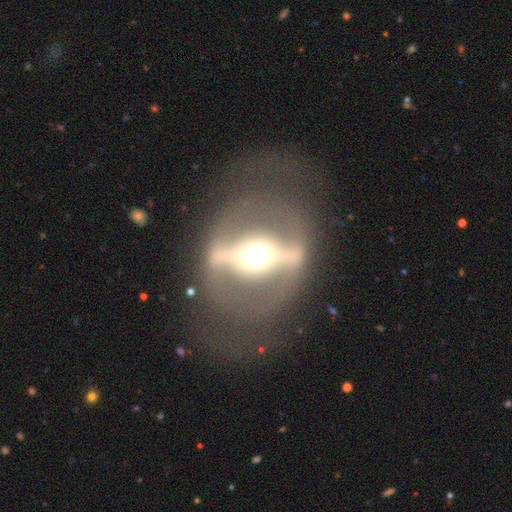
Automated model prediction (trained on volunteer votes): smooth_or_featured: featured or disk (p=0.83) [alt: smooth p=0.11]
disk_edge_on: no (p=0.71) [alt: yes p=0.29]
bar: strong (p=0.84) [alt: weak p=0.09]
has_spiral_arms: no (p=0.69) [alt: yes p=0.31]
bulge_size: moderate (p=0.58) [alt: large p=0.26]
merging: none (p=0.63) [alt: major disturbance p=0.22]